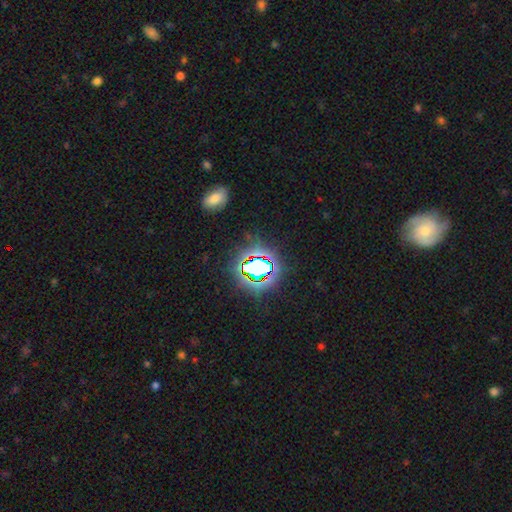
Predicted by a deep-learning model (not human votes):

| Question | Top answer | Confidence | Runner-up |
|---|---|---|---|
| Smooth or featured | star or artifact | 75% | smooth (15%) |